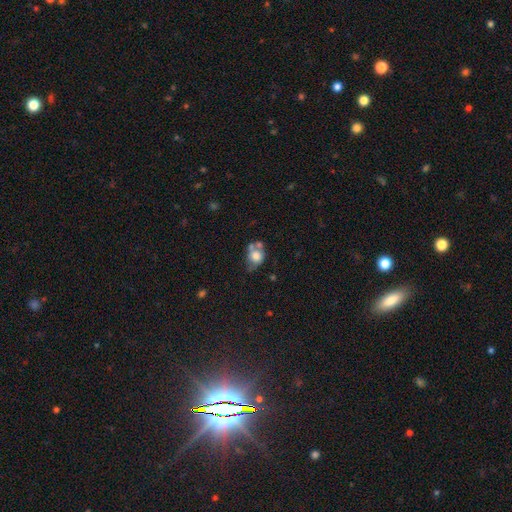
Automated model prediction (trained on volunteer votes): A smooth galaxy with no disk features (69%) that is round (55%).

Vote fractions:
- Smooth or featured? smooth: 69% / featured or disk: 20% / star or artifact: 10%
- How rounded? round: 55% / in between: 44% / cigar-shaped: 1%
- Merging? none: 37% / merger: 32% / minor disturbance: 21% / major disturbance: 10%